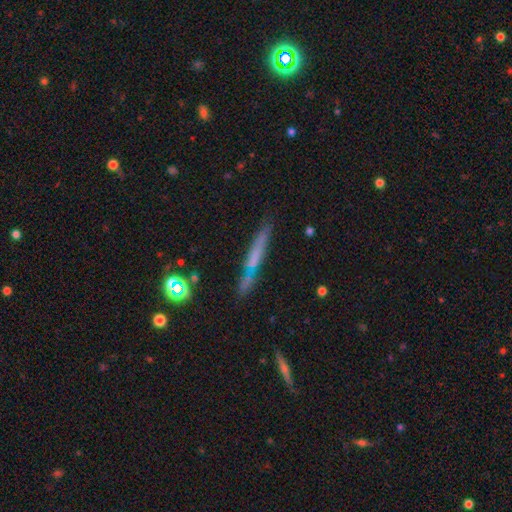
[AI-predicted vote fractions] Overall: smooth (44%; featured or disk 43%). Merging: none (76%).